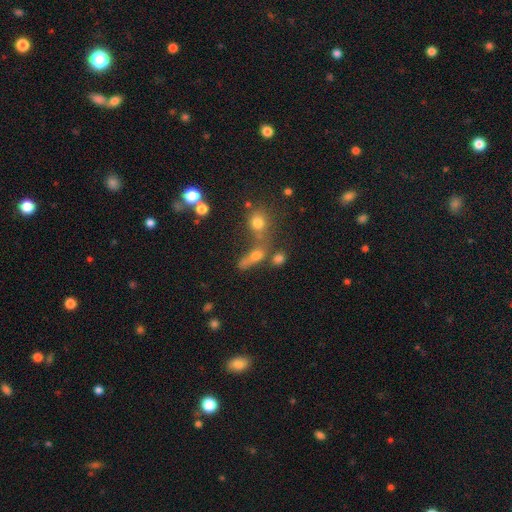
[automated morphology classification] Q: Smooth or featured?
A: smooth (64%); runner-up: star or artifact (18%)
Q: How rounded?
A: in between (46%); runner-up: round (33%)
Q: Merging?
A: merger (40%); runner-up: none (37%)